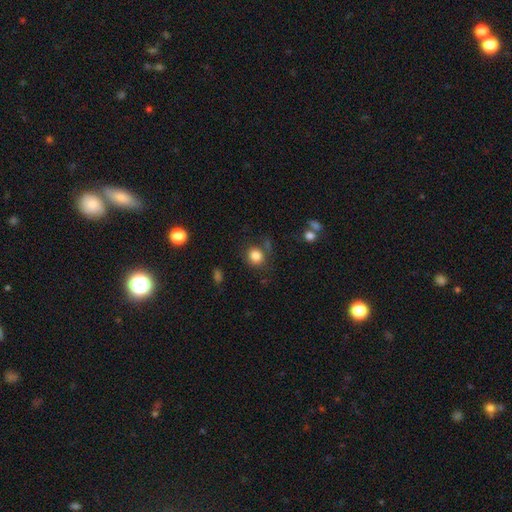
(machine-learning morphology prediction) A smooth galaxy with no disk features (83%) that is round (84%).

Vote fractions:
- Smooth or featured? smooth: 83% / star or artifact: 11% / featured or disk: 6%
- How rounded? round: 84% / in between: 15% / cigar-shaped: 1%
- Merging? none: 74% / minor disturbance: 14% / major disturbance: 6% / merger: 6%